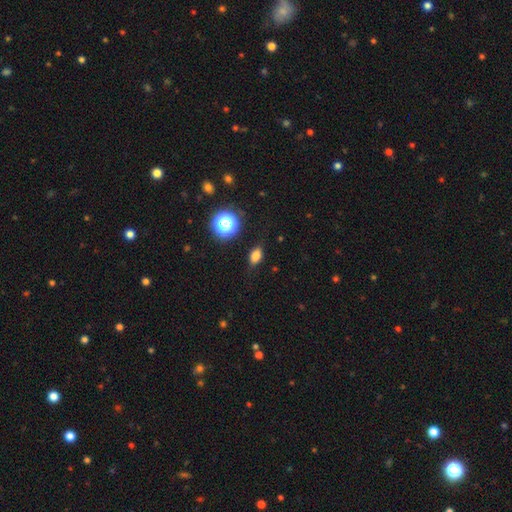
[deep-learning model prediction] Overall: smooth (73%). How rounded: in between (76%). Merging: none (82%).